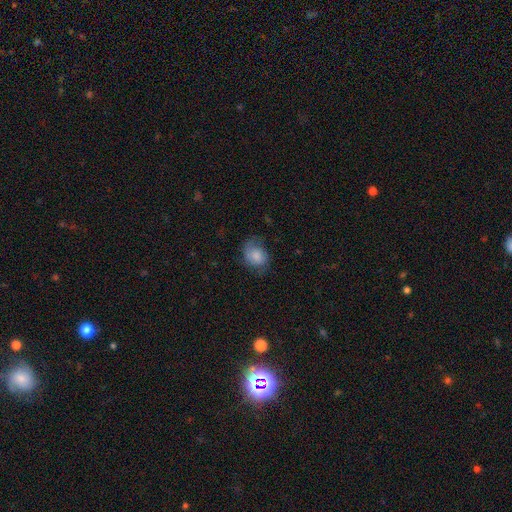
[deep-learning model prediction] Smooth or featured: smooth — 67% (featured or disk — 25%)
How rounded: round — 50% (in between — 49%)
Merging: none — 55% (minor disturbance — 27%)